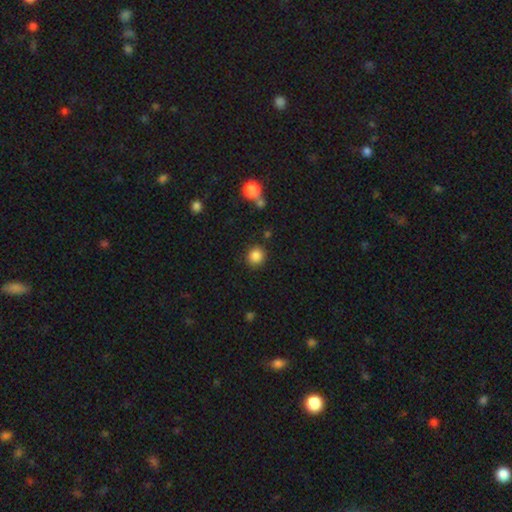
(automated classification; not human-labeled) Smooth or featured? smooth (86%)
How rounded? round (88%)
Merging? none (87%)